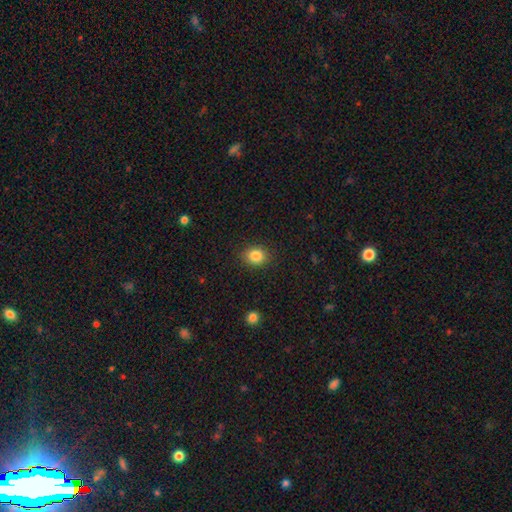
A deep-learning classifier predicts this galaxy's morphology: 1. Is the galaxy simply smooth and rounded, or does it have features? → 85% smooth, 10% star or artifact, 5% featured or disk.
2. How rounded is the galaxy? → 61% round, 38% in between, 1% cigar-shaped.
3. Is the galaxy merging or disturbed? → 88% none, 8% minor disturbance, 2% major disturbance, 1% merger.